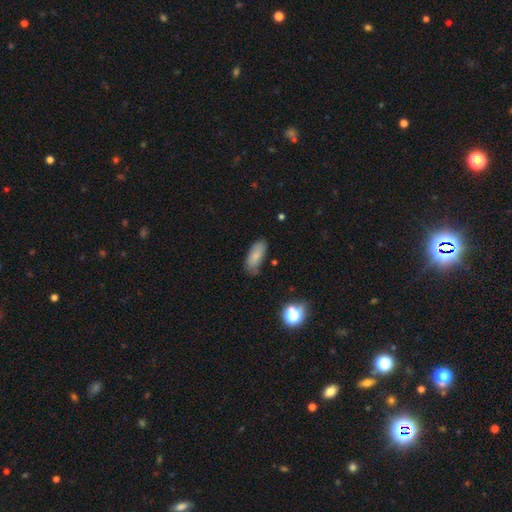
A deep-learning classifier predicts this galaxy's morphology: Q: Smooth or featured?
A: smooth (81%); runner-up: featured or disk (11%)
Q: How rounded?
A: in between (83%); runner-up: cigar-shaped (15%)
Q: Merging?
A: none (72%); runner-up: minor disturbance (22%)